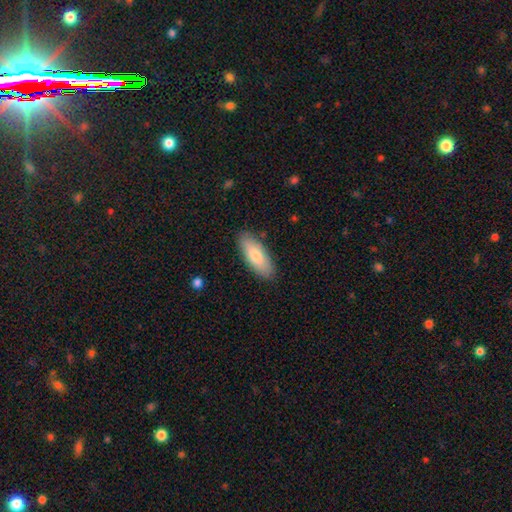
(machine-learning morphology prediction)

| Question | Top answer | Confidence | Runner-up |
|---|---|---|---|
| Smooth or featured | smooth | 78% | featured or disk (17%) |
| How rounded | in between | 73% | cigar-shaped (25%) |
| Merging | none | 87% | minor disturbance (10%) |